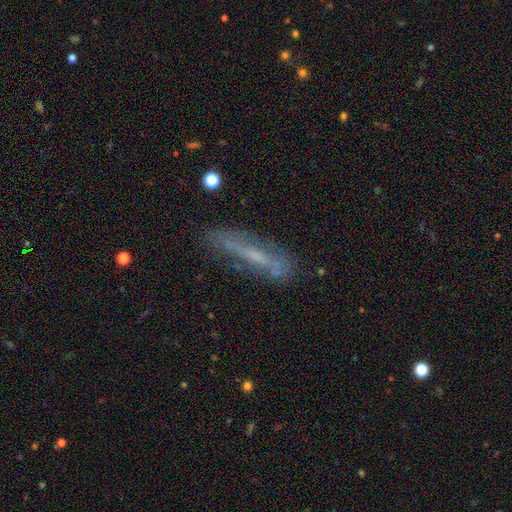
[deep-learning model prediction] Smooth or featured?
  - featured or disk: 54% *
  - smooth: 35%
  - star or artifact: 11%
Edge-on disk?
  - yes: 60% *
  - no: 40%
Merging?
  - none: 71% *
  - minor disturbance: 20%
  - major disturbance: 7%
  - merger: 3%